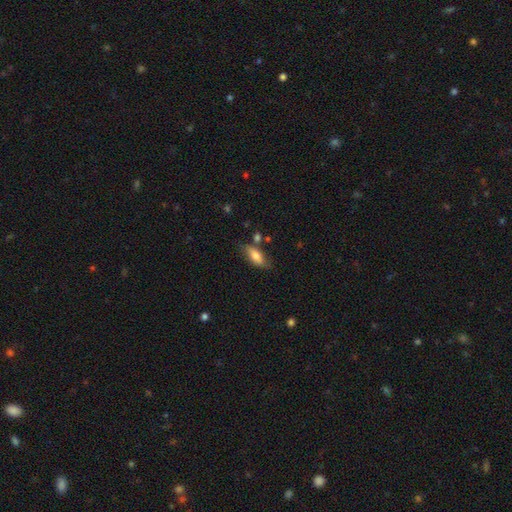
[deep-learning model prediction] smooth_or_featured: smooth (p=0.71) [alt: featured or disk p=0.22]
how_rounded: in between (p=0.76) [alt: cigar-shaped p=0.20]
merging: none (p=0.66) [alt: minor disturbance p=0.22]